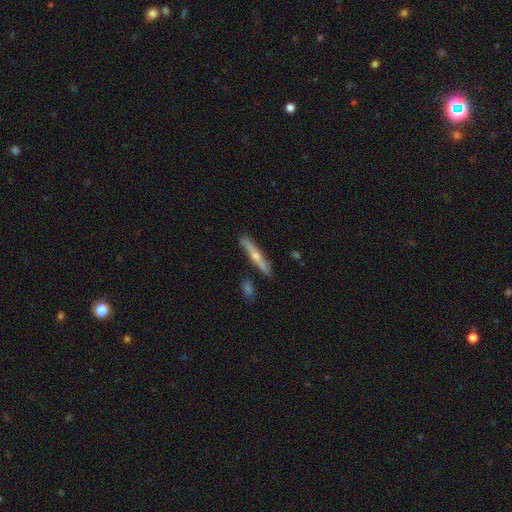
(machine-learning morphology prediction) This appears to be a featured or disk galaxy (65%) viewed edge-on (92%) with a rounded central bulge (88%). Merging: none (83%).